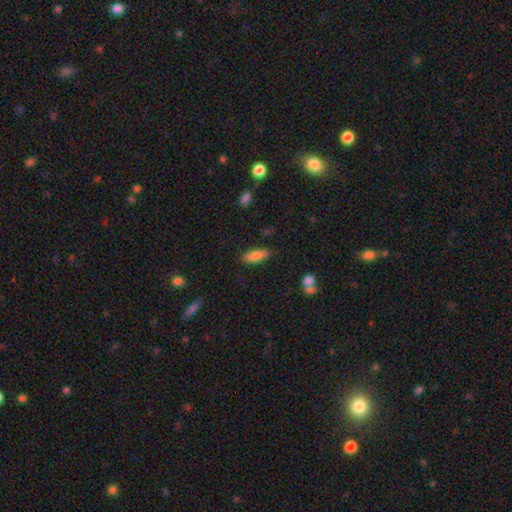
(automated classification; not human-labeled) Smooth or featured: smooth — 81% (featured or disk — 11%)
How rounded: in between — 70% (cigar-shaped — 28%)
Merging: none — 81% (minor disturbance — 14%)